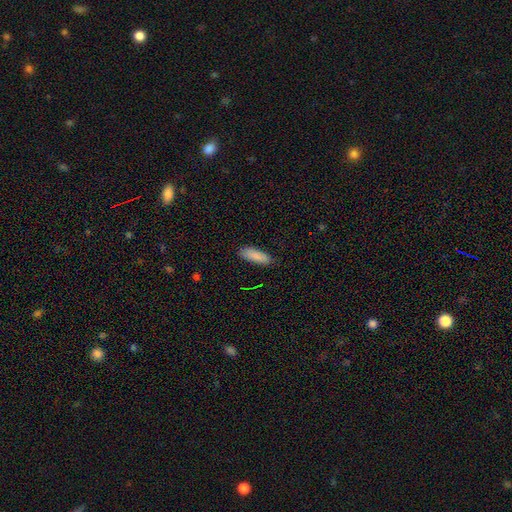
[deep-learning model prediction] smooth_or_featured: smooth (p=0.88) [alt: star or artifact p=0.07]
how_rounded: in between (p=0.58) [alt: cigar-shaped p=0.41]
merging: none (p=0.85) [alt: minor disturbance p=0.11]